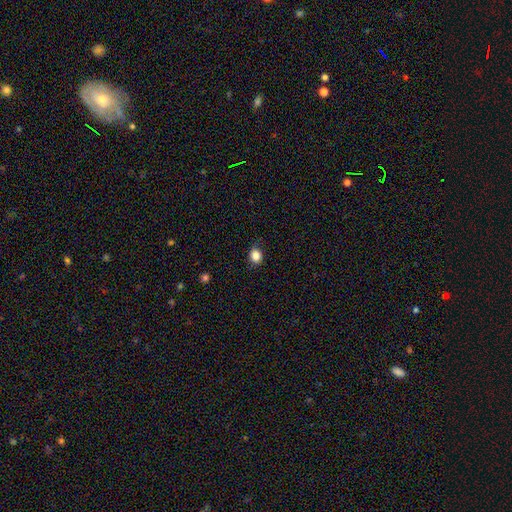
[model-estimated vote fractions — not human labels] This is clearly a smooth galaxy (85%). How rounded: likely round (66%). Merging: clearly none (80%).